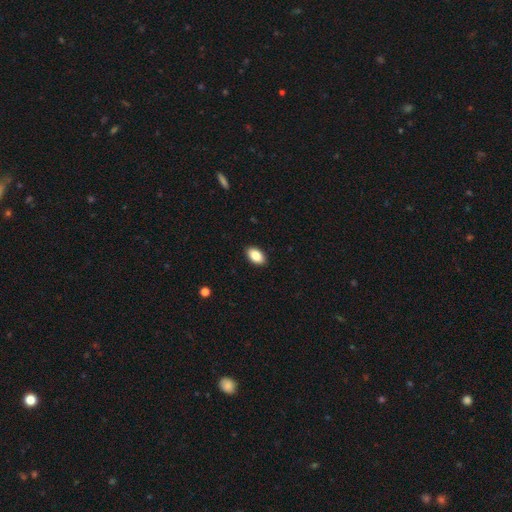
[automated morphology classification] Q: Smooth or featured?
A: smooth (86%); runner-up: featured or disk (7%)
Q: How rounded?
A: in between (94%); runner-up: round (5%)
Q: Merging?
A: none (90%); runner-up: minor disturbance (7%)